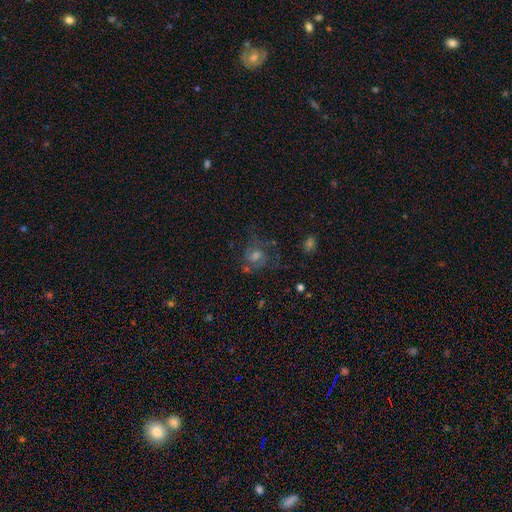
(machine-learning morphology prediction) A featured or disk galaxy (56%) with no bar (63%), spiral arms (80%) and a moderate central bulge (53%).

Vote fractions:
- Smooth or featured? featured or disk: 56% / smooth: 23% / star or artifact: 20%
- Edge-on disk? no: 97% / yes: 3%
- Bar? no: 63% / weak: 31% / strong: 6%
- Spiral arms? yes: 80% / no: 20%
- Bulge size? moderate: 53% / small: 27% / large: 11% / none: 6% / dominant: 2%
- Merging? none: 60% / minor disturbance: 18% / major disturbance: 18% / merger: 4%